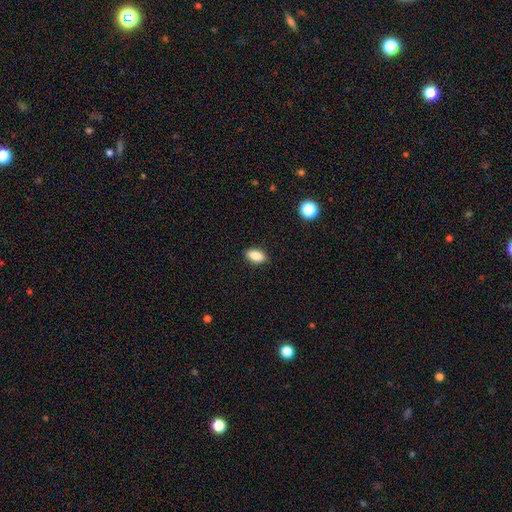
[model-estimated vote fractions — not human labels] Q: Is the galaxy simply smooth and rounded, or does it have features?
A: smooth — 86%.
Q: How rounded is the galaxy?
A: in between — 90%.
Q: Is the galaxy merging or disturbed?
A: none — 89%.